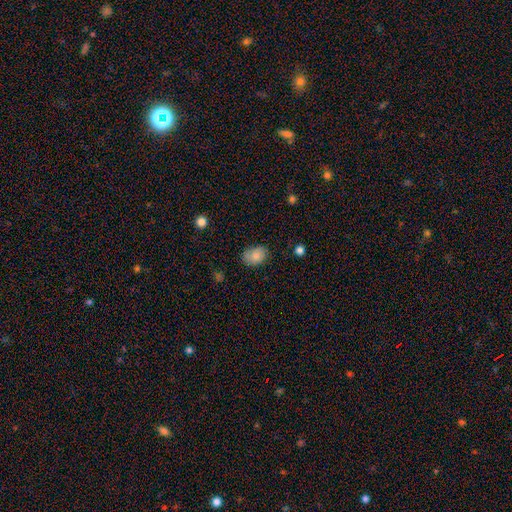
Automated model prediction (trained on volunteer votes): Smooth or featured? Predicted: smooth (p=0.82). How rounded? Predicted: in between (p=0.71). Merging? Predicted: none (p=0.71).